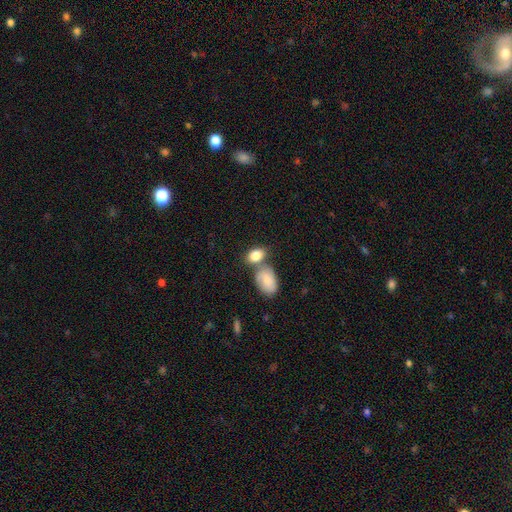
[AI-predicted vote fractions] smooth 81%, featured or disk 12%, star or artifact 7%. Down the decision tree: how rounded — in between (83%); merging — none (43%).